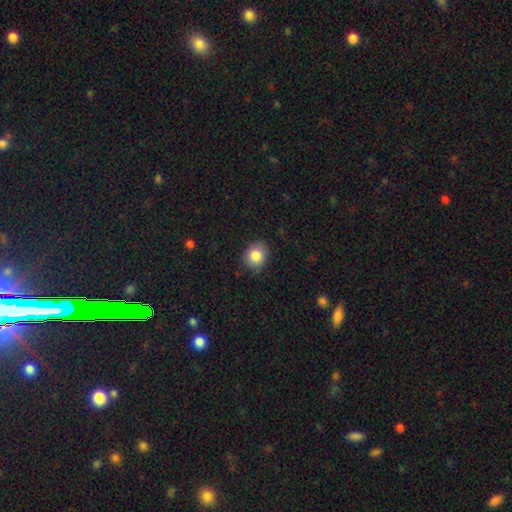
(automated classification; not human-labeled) Morphology: type=smooth (85%); roundness=round (63%); merging=none (84%).